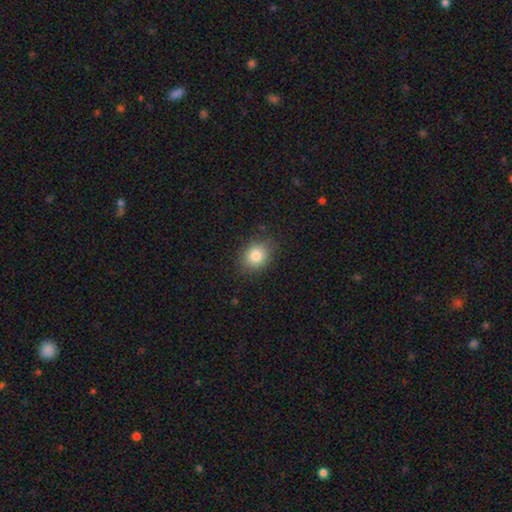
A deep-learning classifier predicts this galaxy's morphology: Smooth or featured: smooth — 83% (star or artifact — 10%)
How rounded: round — 52% (in between — 47%)
Merging: none — 84% (minor disturbance — 12%)